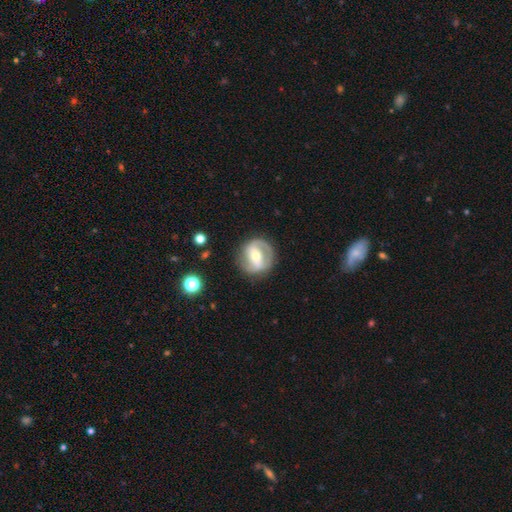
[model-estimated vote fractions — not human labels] This appears to be a featured or disk galaxy (76%) with a strong bar (49%), 2 (81%) medium (43%) spiral arms (80%) and a moderate central bulge (58%). Merging: none (80%).